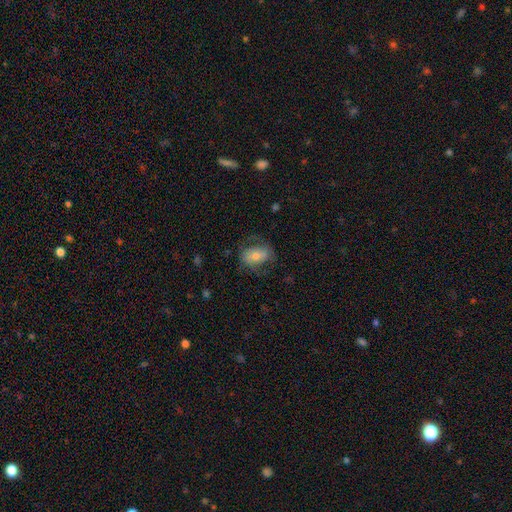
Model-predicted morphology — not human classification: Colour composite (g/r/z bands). It shows a smooth galaxy with no disk features (50%) that is in between round and cigar-shaped (79%). Merging: none (66%).